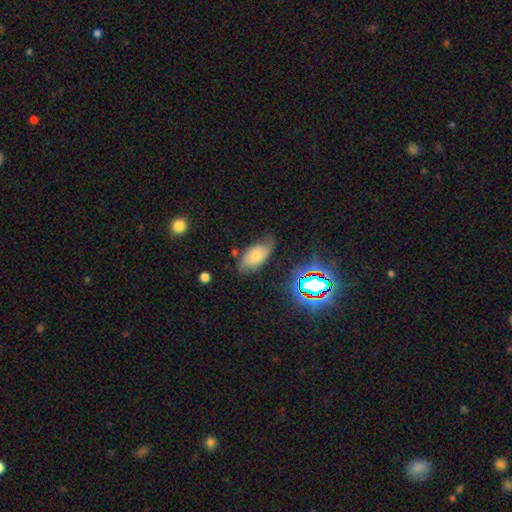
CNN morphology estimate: smooth 41%, featured or disk 38%, star or artifact 21%. Down the decision tree: merging — none (59%).